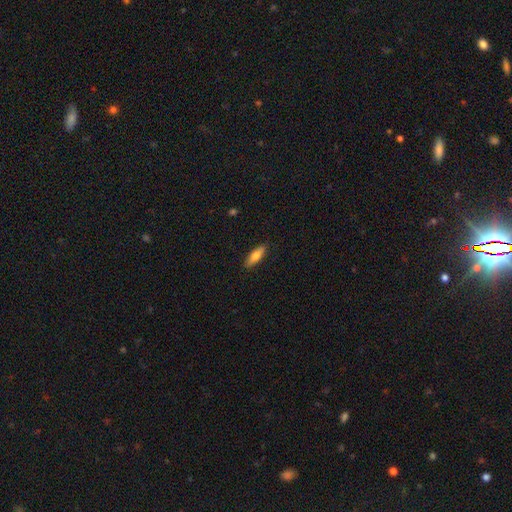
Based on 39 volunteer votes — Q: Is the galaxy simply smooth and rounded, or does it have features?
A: smooth — 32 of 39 (82%).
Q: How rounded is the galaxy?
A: cigar-shaped — 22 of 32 (69%).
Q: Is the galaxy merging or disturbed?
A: none — 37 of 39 (95%).